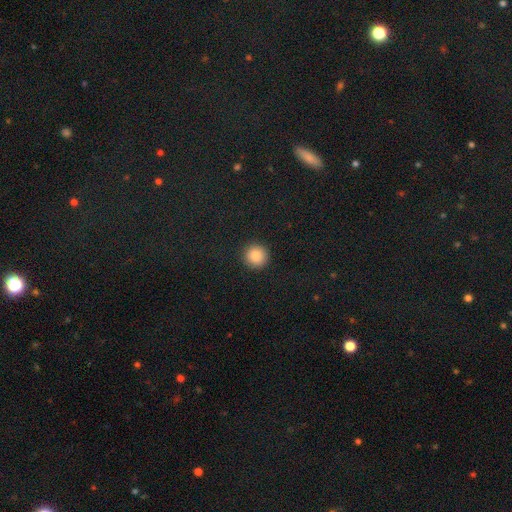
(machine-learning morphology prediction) This is clearly a smooth galaxy (86%). How rounded: clearly round (94%). Merging: clearly none (92%).